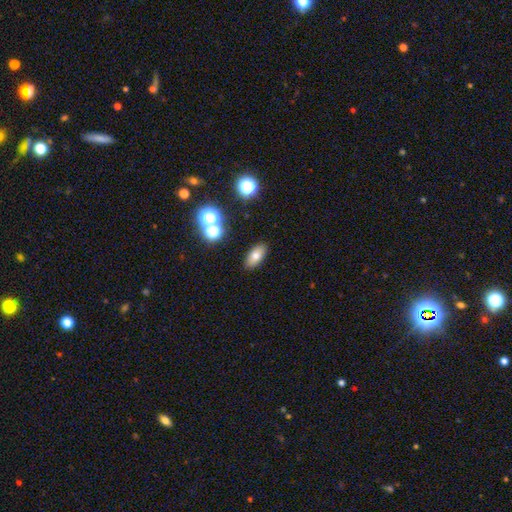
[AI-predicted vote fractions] Smooth or featured?
  - smooth: 72% *
  - featured or disk: 15%
  - star or artifact: 12%
How rounded?
  - in between: 87% *
  - cigar-shaped: 7%
  - round: 6%
Merging?
  - none: 88% *
  - minor disturbance: 8%
  - major disturbance: 2%
  - merger: 2%